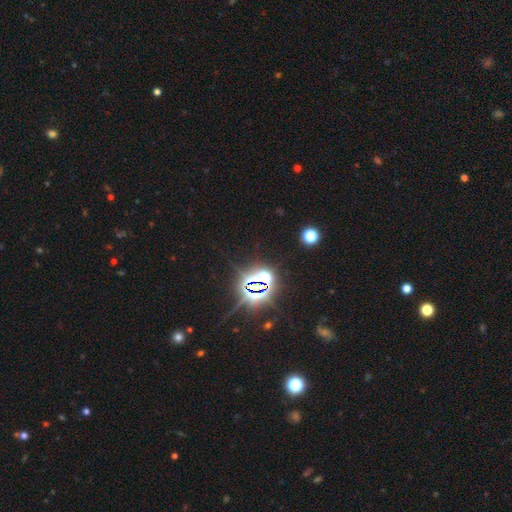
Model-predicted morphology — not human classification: This appears to be a star or artifact, not a galaxy (81%).